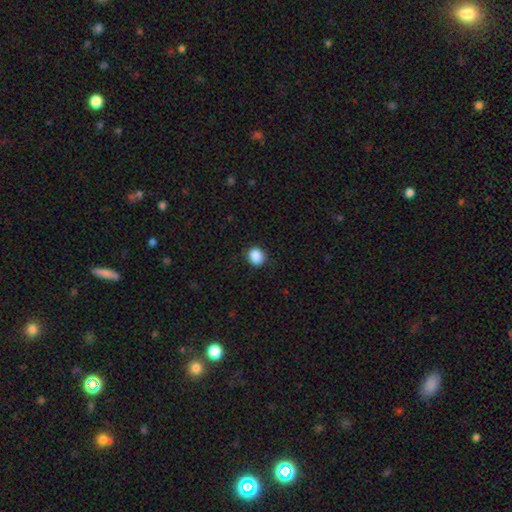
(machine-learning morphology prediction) smooth_or_featured: smooth (p=0.88) [alt: star or artifact p=0.09]
how_rounded: round (p=0.76) [alt: in between p=0.23]
merging: none (p=0.87) [alt: minor disturbance p=0.10]